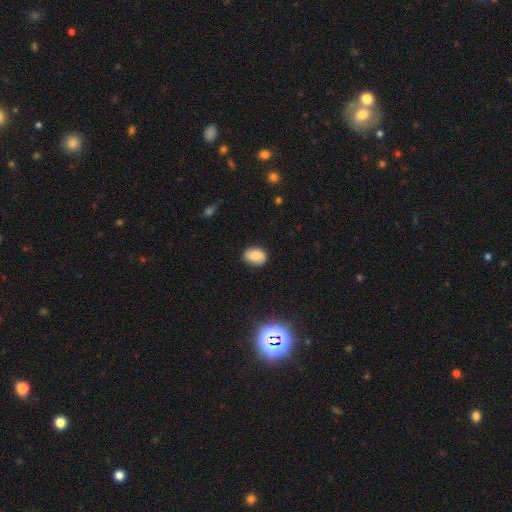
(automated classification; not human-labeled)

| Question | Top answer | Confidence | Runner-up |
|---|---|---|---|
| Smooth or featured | smooth | 77% | featured or disk (15%) |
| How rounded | in between | 75% | round (24%) |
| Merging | none | 81% | minor disturbance (14%) |